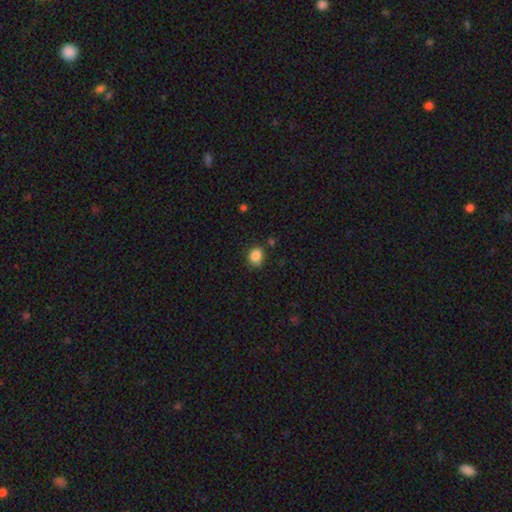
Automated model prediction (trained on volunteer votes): smooth_or_featured: smooth (p=0.87) [alt: star or artifact p=0.10]
how_rounded: round (p=0.53) [alt: in between p=0.46]
merging: none (p=0.76) [alt: minor disturbance p=0.18]